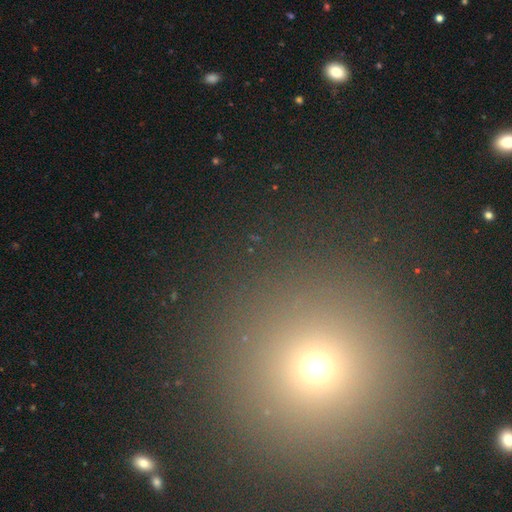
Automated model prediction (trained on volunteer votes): Morphology: type=smooth (58%); roundness=round (95%); merging=none (90%).